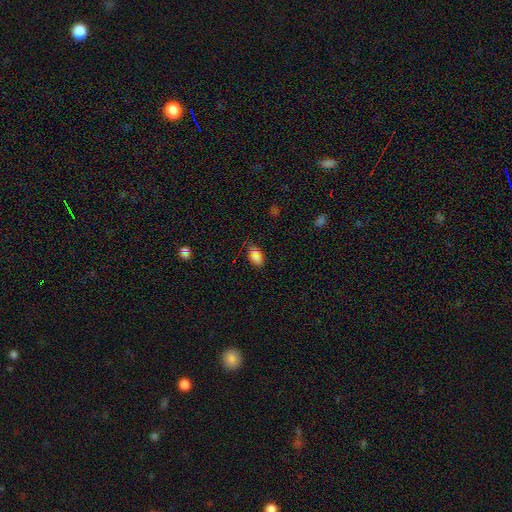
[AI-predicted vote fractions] smooth_or_featured: smooth (p=0.65) [alt: star or artifact p=0.28]
how_rounded: in between (p=0.84) [alt: round p=0.13]
merging: none (p=0.82) [alt: minor disturbance p=0.12]